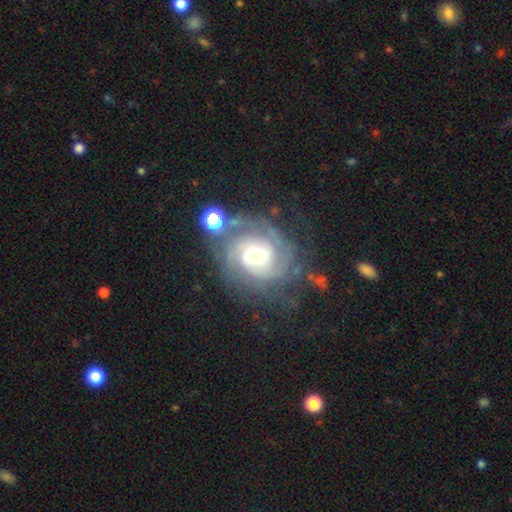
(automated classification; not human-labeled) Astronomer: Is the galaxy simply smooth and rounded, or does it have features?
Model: featured or disk — 85%.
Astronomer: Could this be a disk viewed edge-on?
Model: no — 97%.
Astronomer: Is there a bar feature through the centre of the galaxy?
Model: weak — 44% (runner-up: no, 41%).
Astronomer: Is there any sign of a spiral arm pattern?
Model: yes — 96%.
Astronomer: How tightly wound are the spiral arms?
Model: tight — 62%.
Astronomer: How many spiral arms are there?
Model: can't tell — 27% (runner-up: 3, 25%).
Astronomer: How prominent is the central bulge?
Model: moderate — 51% (runner-up: small, 39%).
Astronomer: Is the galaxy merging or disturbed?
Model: none — 61%.